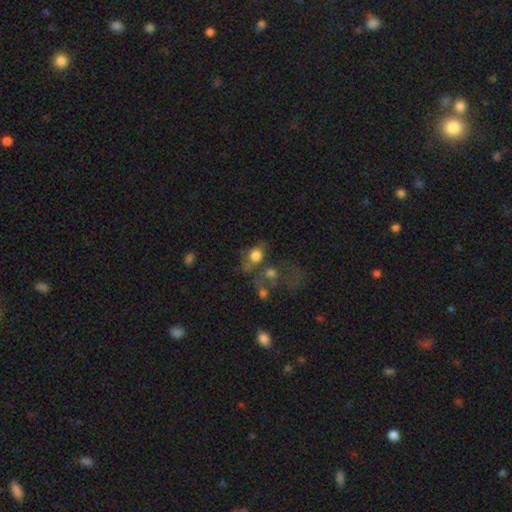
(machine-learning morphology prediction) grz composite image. It shows a smooth galaxy with no disk features (68%) that is round (52%). Merging: merger (32%, tied with none).